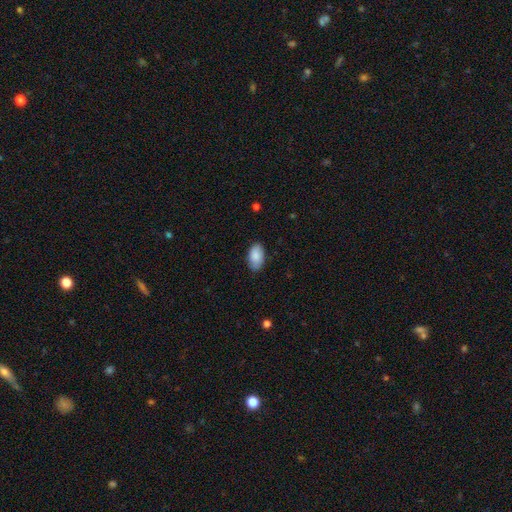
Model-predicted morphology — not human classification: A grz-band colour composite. It shows a smooth galaxy with no disk features (87%) that is in between round and cigar-shaped (94%). Merging: none (82%).